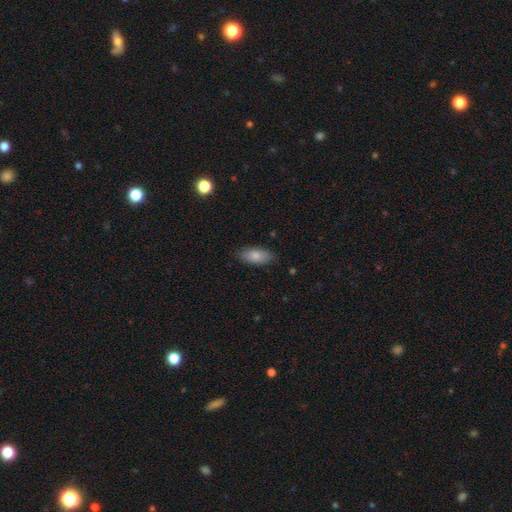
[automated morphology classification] This is clearly a smooth galaxy (82%). How rounded: clearly in between (89%). Merging: clearly none (83%).